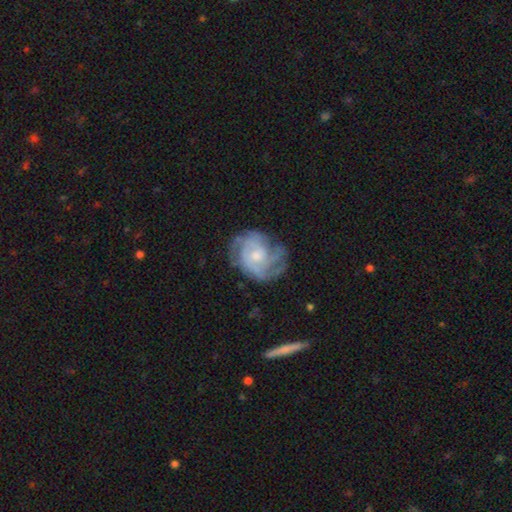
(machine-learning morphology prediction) Smooth or featured? featured or disk (80%)
Edge-on disk? no (98%)
Bar? no (72%)
Spiral arms? yes (91%)
Spiral winding? tight (53%)
Spiral arm count? can't tell (33%)
Bulge size? small (52%)
Merging? none (64%)